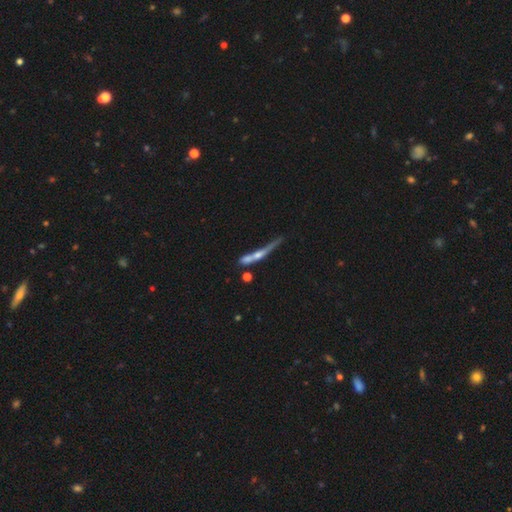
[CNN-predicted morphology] Overall: featured or disk (52%; smooth 39%). Edge-on disk: yes (81%). Merging: none (37%; merger 24%).